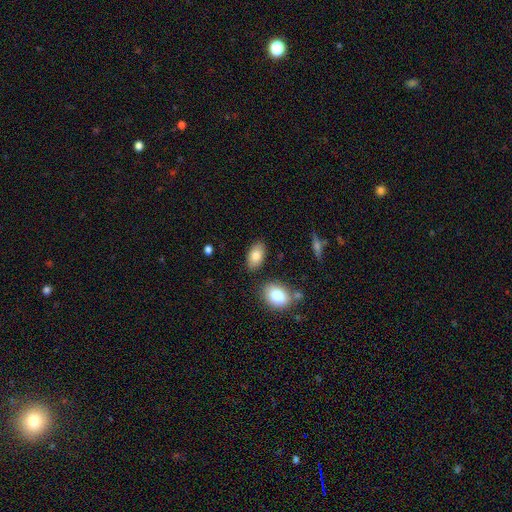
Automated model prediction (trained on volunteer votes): Morphology: type=smooth (81%); roundness=in between (92%); merging=none (82%).